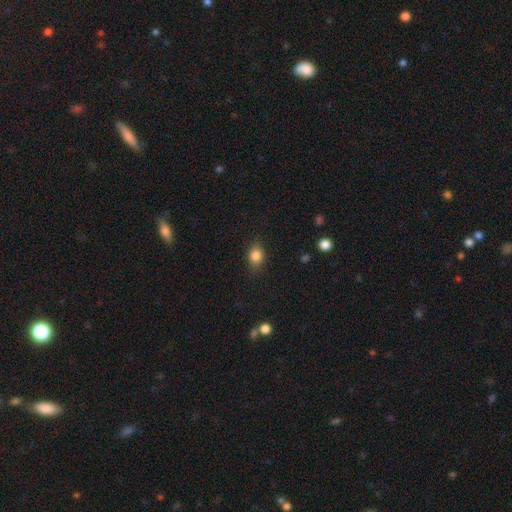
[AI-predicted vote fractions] This appears to be a smooth galaxy with no disk features (83%) that is in between round and cigar-shaped (62%). Merging: none (79%).